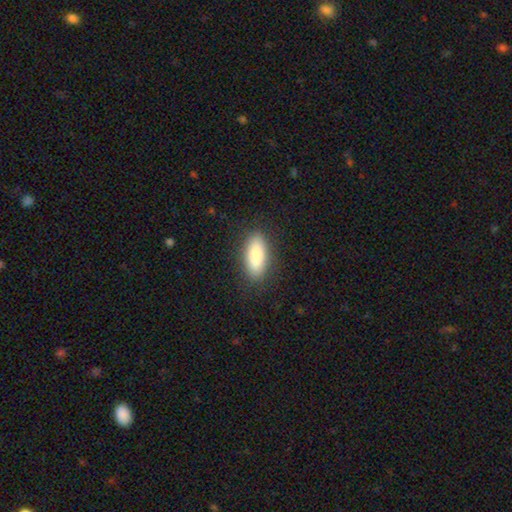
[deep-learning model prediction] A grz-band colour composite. It shows a smooth galaxy with no disk features (86%) that is in between round and cigar-shaped (74%). Merging: none (88%).